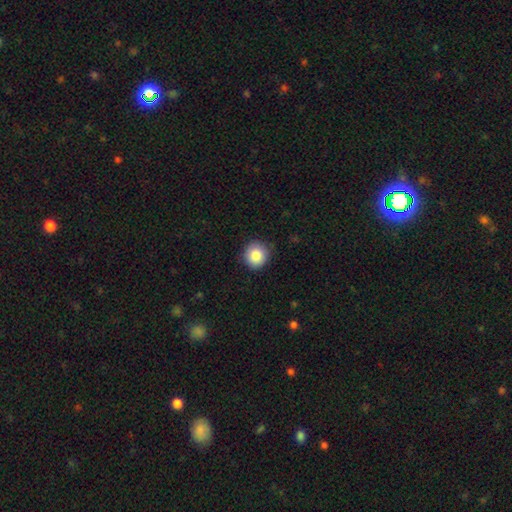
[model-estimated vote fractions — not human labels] Smooth or featured? Predicted: smooth (p=0.87). How rounded? Predicted: round (p=0.90). Merging? Predicted: none (p=0.86).